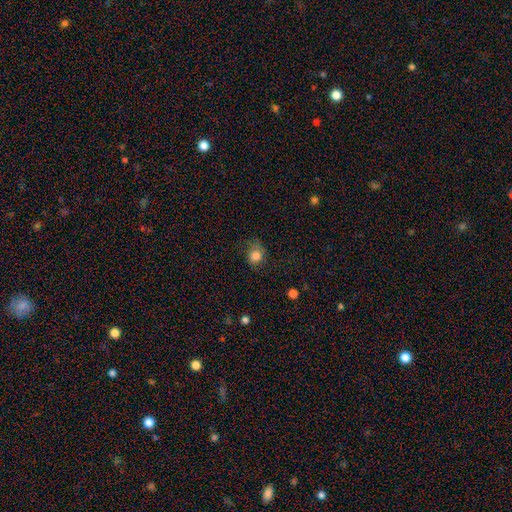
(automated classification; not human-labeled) Smooth or featured? Predicted: smooth (p=0.78). How rounded? Predicted: round (p=0.68). Merging? Predicted: none (p=0.52).